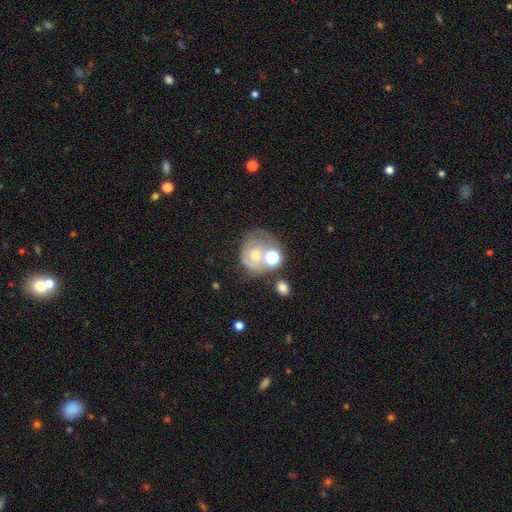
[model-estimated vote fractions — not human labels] Morphology: type=featured or disk (50%); merging=none (39%).